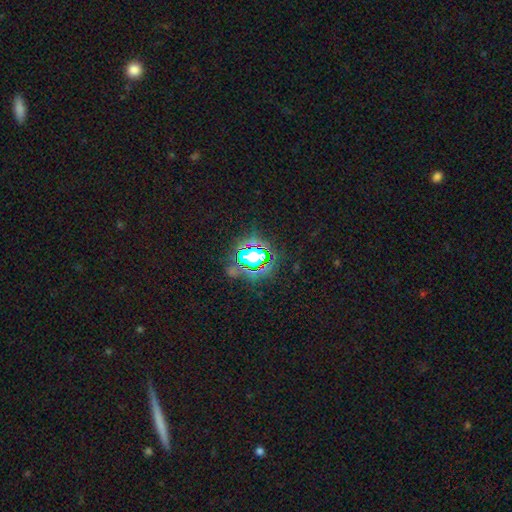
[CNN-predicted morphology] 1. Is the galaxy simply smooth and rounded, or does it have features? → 65% star or artifact, 23% smooth, 12% featured or disk.